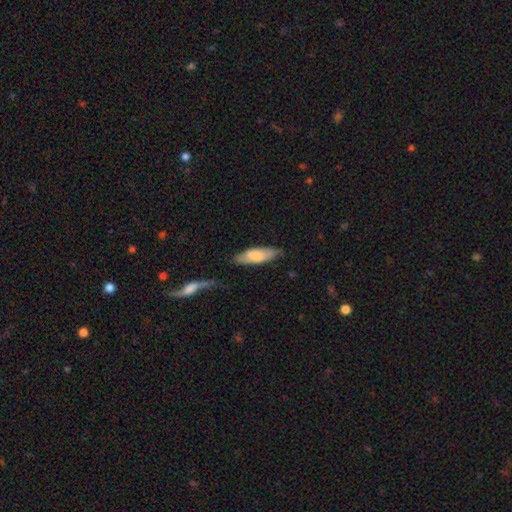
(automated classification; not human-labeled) Morphology: type=smooth (71%); roundness=in between (52%); merging=none (74%).